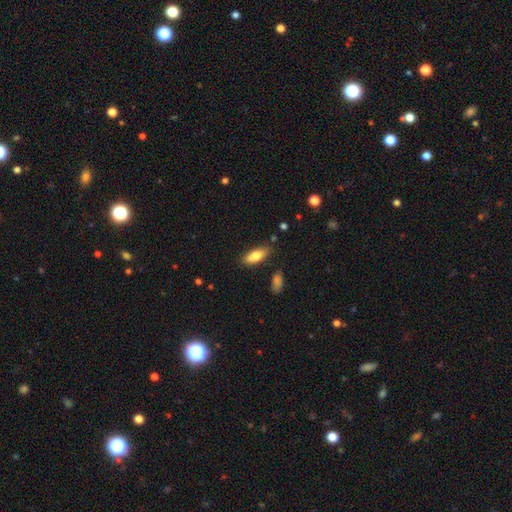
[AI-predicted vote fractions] Smooth or featured? smooth (78%)
How rounded? in between (72%)
Merging? none (80%)